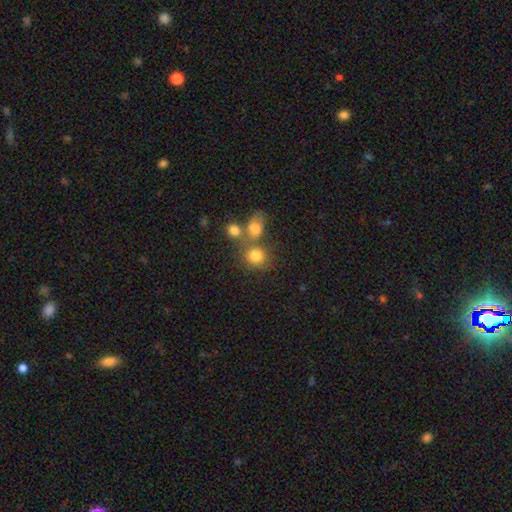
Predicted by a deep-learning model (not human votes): smooth_or_featured: smooth (p=0.79) [alt: star or artifact p=0.12]
how_rounded: round (p=0.77) [alt: in between p=0.22]
merging: none (p=0.50) [alt: merger p=0.33]